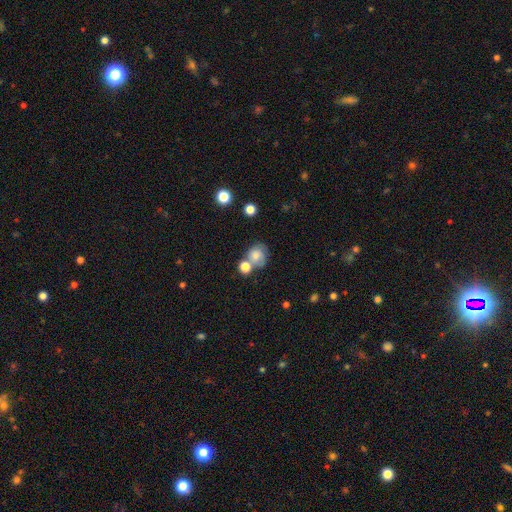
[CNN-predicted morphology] Smooth or featured?
  - smooth: 70% *
  - featured or disk: 19%
  - star or artifact: 11%
How rounded?
  - round: 75% *
  - in between: 24%
  - cigar-shaped: 1%
Merging?
  - none: 44% *
  - merger: 30%
  - minor disturbance: 17%
  - major disturbance: 9%